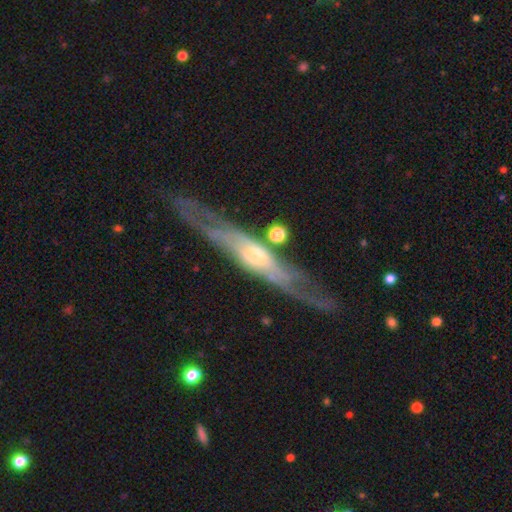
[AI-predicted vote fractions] This appears to be a featured or disk galaxy (80%) viewed edge-on (62%). Merging: none (63%).